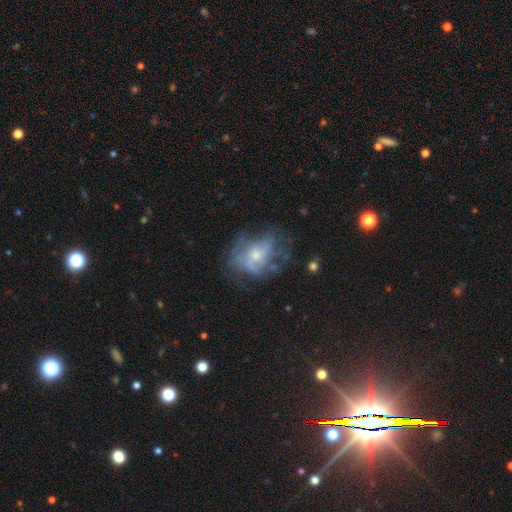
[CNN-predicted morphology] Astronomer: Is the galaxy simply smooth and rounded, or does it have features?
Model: featured or disk — 62%.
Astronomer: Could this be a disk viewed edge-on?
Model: no — 97%.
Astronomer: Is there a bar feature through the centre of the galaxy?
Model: no — 80%.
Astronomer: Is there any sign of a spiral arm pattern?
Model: no — 50%, tied with yes at 50%.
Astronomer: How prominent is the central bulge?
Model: small — 59%.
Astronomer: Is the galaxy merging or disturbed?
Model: none — 48% (runner-up: major disturbance, 27%).